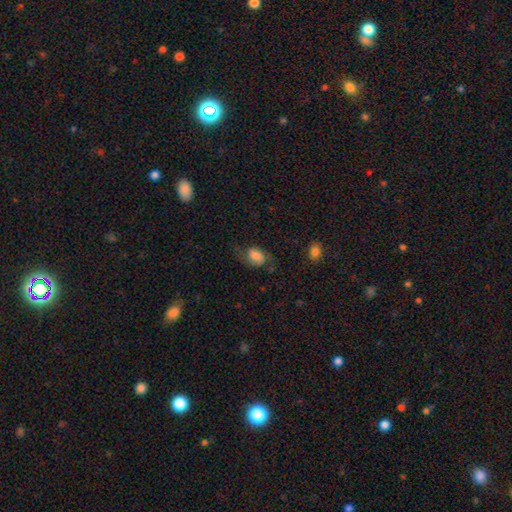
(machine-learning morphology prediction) smooth-or-featured: smooth: 48% | featured or disk: 42% | star or artifact: 9%
  merging: none: 57% | minor disturbance: 24% | major disturbance: 17% | merger: 2%